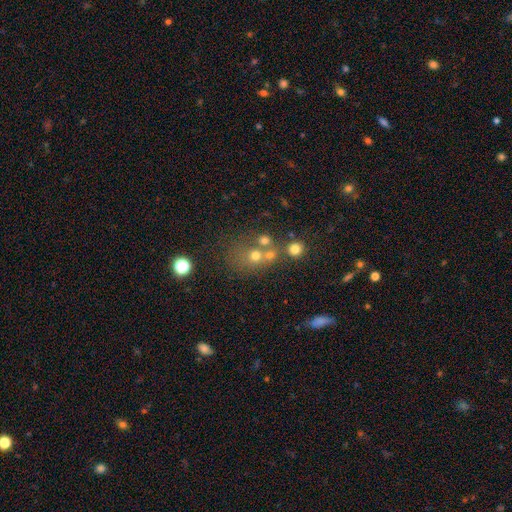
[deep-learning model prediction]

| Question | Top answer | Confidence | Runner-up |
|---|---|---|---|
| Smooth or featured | smooth | 58% | star or artifact (22%) |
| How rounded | round | 76% | in between (23%) |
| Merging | none | 44% | merger (41%) |